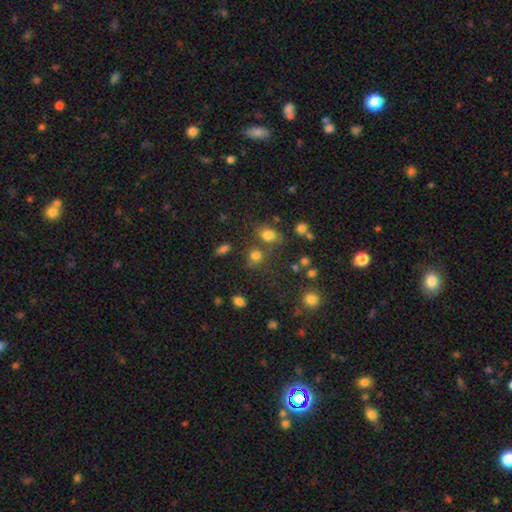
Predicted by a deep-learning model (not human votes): A smooth galaxy with no disk features (75%) that is round (72%). Merging: none (62%).